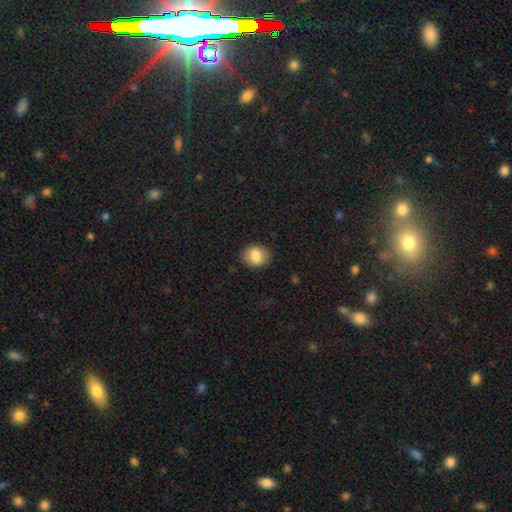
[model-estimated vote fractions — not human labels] This is clearly a smooth galaxy (83%). How rounded: possibly round (60%). Merging: clearly none (87%).